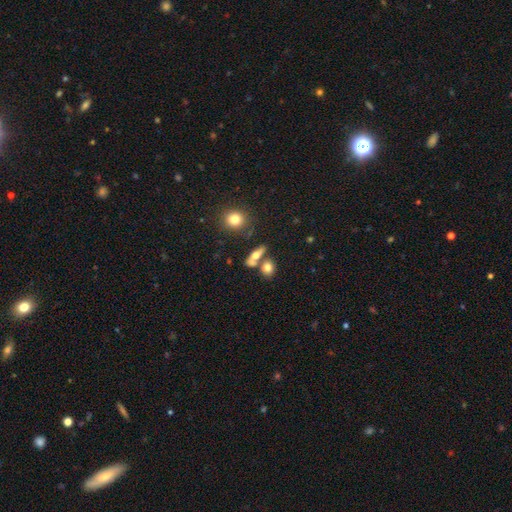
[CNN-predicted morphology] smooth-or-featured: smooth: 60% | featured or disk: 30% | star or artifact: 10%
  how-rounded: in between: 52% | cigar-shaped: 26% | round: 23%
  merging: none: 55% | merger: 28% | minor disturbance: 11% | major disturbance: 5%